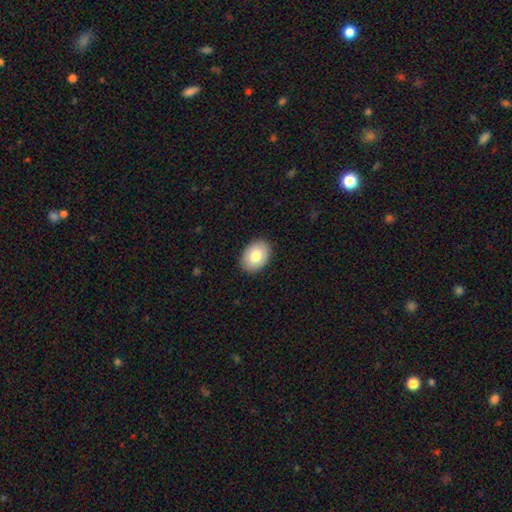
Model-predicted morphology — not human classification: Smooth or featured? smooth (78%)
How rounded? in between (77%)
Merging? none (89%)